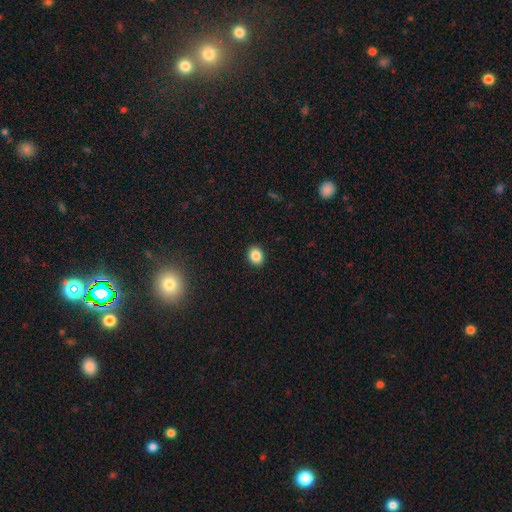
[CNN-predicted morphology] Smooth or featured: smooth — 86% (star or artifact — 9%)
How rounded: round — 52% (in between — 47%)
Merging: none — 91% (minor disturbance — 6%)